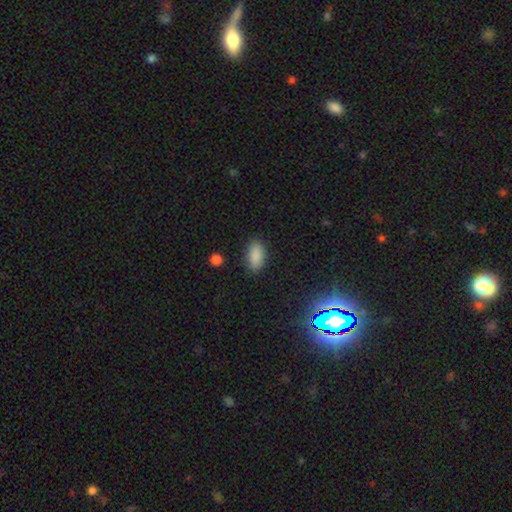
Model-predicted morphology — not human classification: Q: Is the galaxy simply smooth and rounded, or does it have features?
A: smooth — 88%.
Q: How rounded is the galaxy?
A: in between — 91%.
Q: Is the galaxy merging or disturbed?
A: none — 86%.